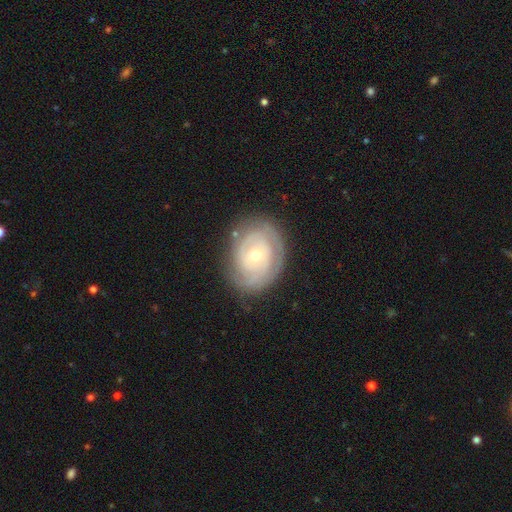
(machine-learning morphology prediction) featured or disk 78%, smooth 16%, star or artifact 6%. Down the decision tree: edge-on disk — no (97%); bar — no (74%); spiral arms — yes (87%); spiral arm count — can't tell (36%); spiral winding — tight (74%); bulge size — small (57%); merging — none (78%).